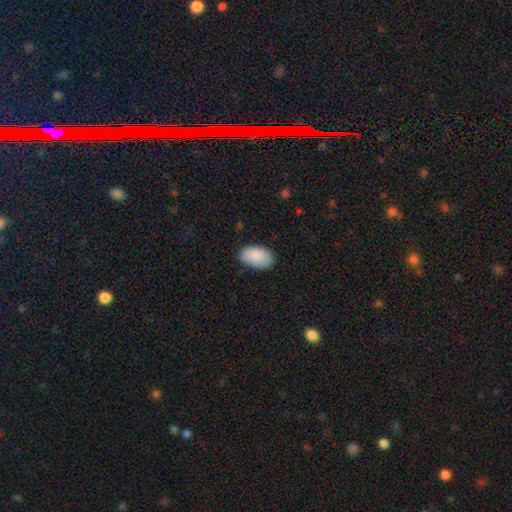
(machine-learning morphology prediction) Smooth or featured: smooth — 88% (star or artifact — 6%)
How rounded: in between — 94% (round — 5%)
Merging: none — 79% (minor disturbance — 17%)